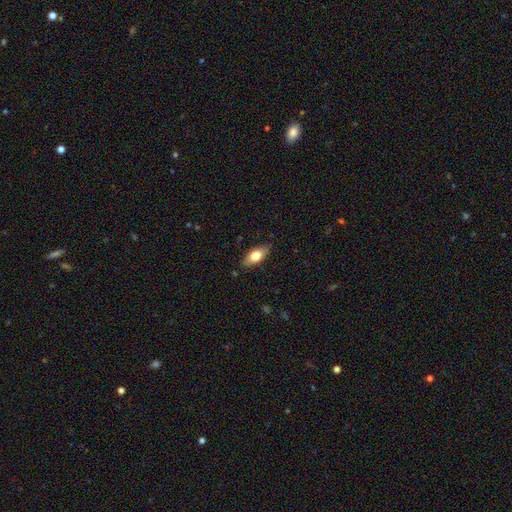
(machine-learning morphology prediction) smooth_or_featured: smooth (p=0.72) [alt: featured or disk p=0.21]
how_rounded: in between (p=0.85) [alt: cigar-shaped p=0.11]
merging: none (p=0.84) [alt: minor disturbance p=0.12]